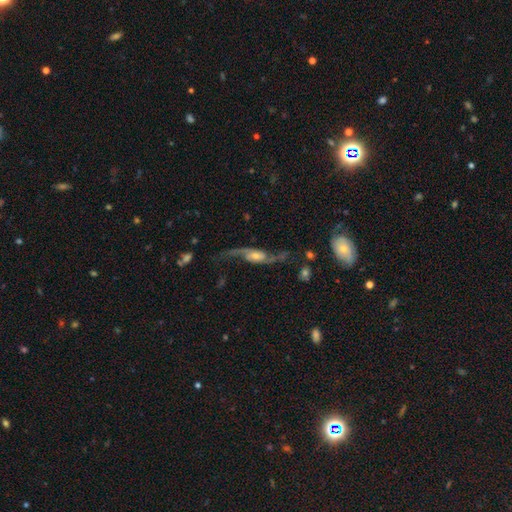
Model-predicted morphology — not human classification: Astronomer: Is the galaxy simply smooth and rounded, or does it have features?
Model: featured or disk — 86%.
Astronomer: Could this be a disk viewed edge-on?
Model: no — 87%.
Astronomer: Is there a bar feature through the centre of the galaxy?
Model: no — 52% (runner-up: weak, 34%).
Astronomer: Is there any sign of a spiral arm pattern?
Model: yes — 95%.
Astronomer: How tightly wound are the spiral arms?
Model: loose — 86%.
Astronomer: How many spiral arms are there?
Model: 2 — 93%.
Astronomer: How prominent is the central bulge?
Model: moderate — 46% (runner-up: small, 38%).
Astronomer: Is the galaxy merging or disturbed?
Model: none — 64%.